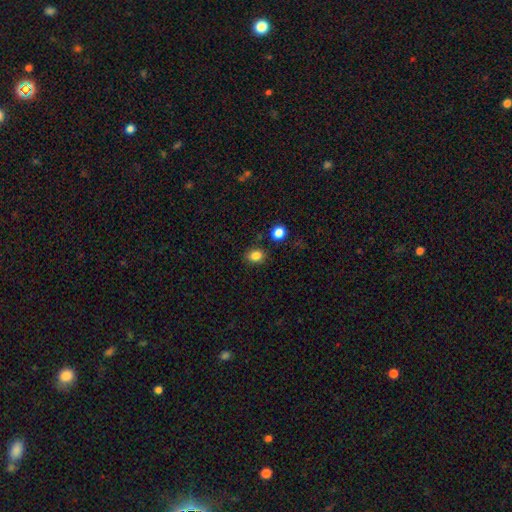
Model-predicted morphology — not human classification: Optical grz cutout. It shows a smooth galaxy with no disk features (84%) that is in between round and cigar-shaped (52%). Merging: none (82%).